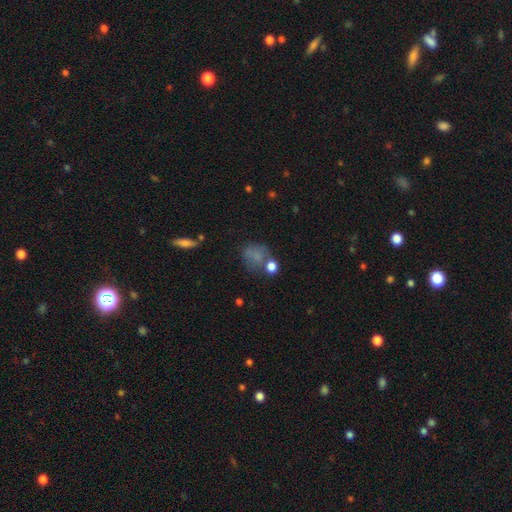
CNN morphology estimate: The model was most divided on "merging": none: 44%, minor disturbance: 22%, major disturbance: 17%, merger: 16%. More confident: smooth or featured — smooth (67%); how rounded — round (61%).